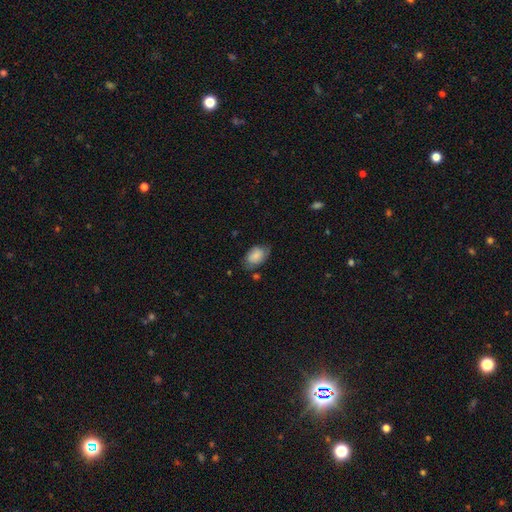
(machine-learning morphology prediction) smooth-or-featured: smooth: 74% | featured or disk: 19% | star or artifact: 7%
  how-rounded: in between: 88% | round: 11% | cigar-shaped: 1%
  merging: none: 61% | minor disturbance: 28% | major disturbance: 8% | merger: 3%